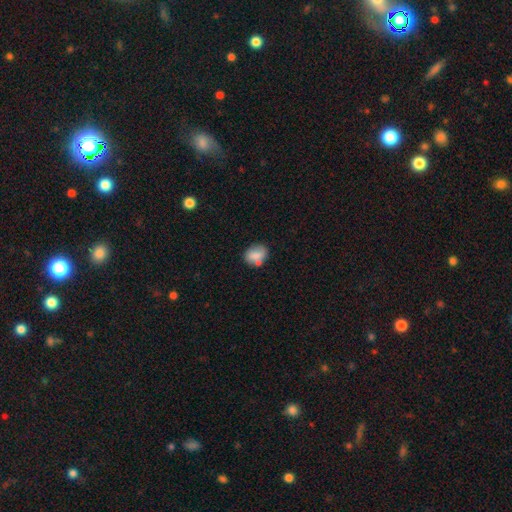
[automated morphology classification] Overall: smooth (76%). How rounded: in between (61%; round 37%). Merging: none (63%).